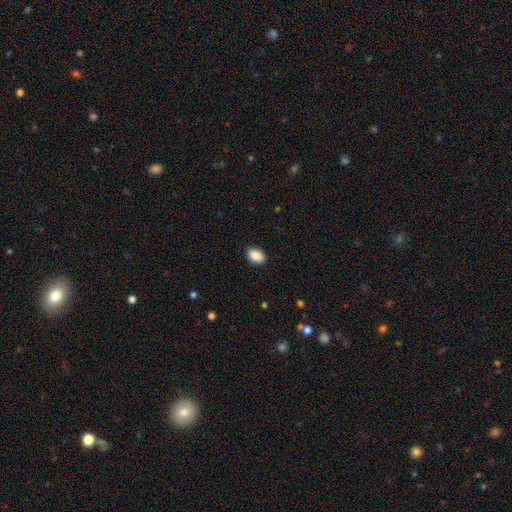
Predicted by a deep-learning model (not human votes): Smooth or featured: smooth — 89% (star or artifact — 7%)
How rounded: in between — 86% (round — 13%)
Merging: none — 89% (minor disturbance — 8%)